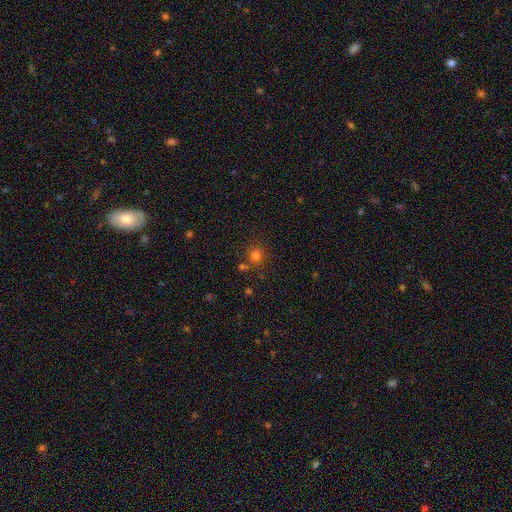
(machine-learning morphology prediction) A smooth galaxy with no disk features (75%) that is round (89%).

Vote fractions:
- Smooth or featured? smooth: 75% / star or artifact: 18% / featured or disk: 6%
- How rounded? round: 89% / in between: 10% / cigar-shaped: 1%
- Merging? none: 73% / merger: 13% / minor disturbance: 10% / major disturbance: 4%